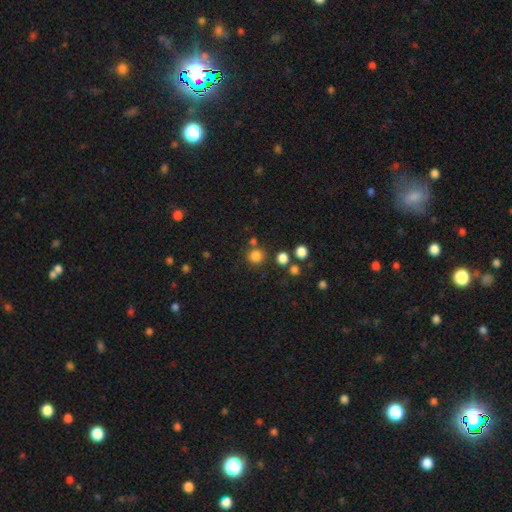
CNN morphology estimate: Smooth or featured: smooth — 81% (star or artifact — 14%)
How rounded: round — 92% (in between — 7%)
Merging: none — 78% (merger — 10%)